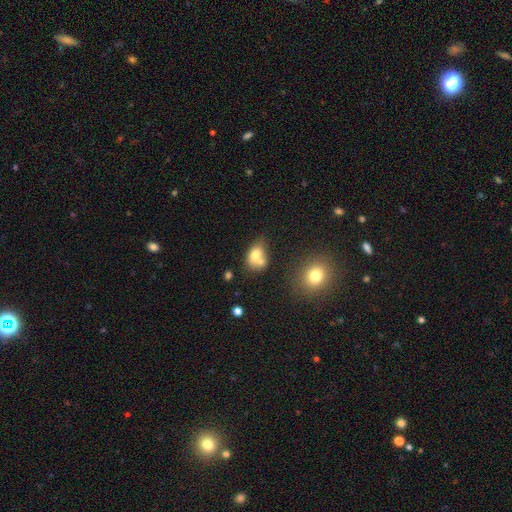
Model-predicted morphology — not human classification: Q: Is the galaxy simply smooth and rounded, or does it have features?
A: smooth — 73%.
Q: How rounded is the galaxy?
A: in between — 70%.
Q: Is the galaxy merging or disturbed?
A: merger — 50%.